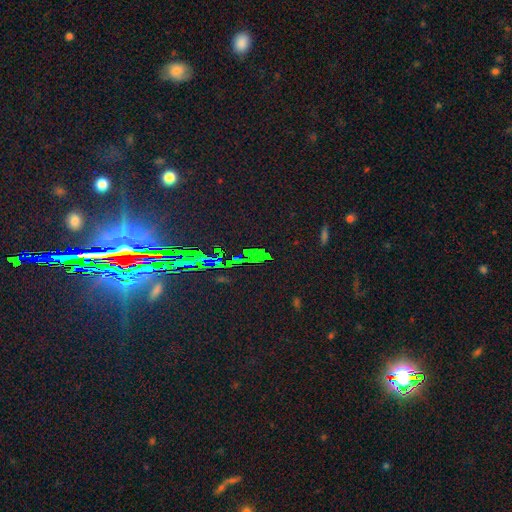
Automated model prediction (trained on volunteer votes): This appears to be a star or artifact, not a galaxy (77%).